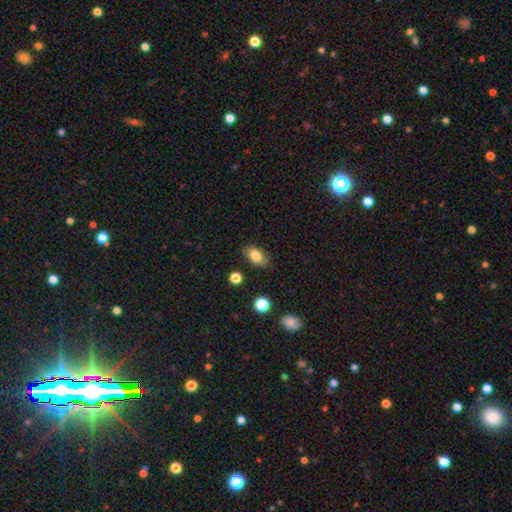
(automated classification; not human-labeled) smooth-or-featured: smooth: 78% | featured or disk: 13% | star or artifact: 9%
  how-rounded: in between: 89% | round: 9% | cigar-shaped: 2%
  merging: none: 80% | minor disturbance: 15% | major disturbance: 3% | merger: 2%